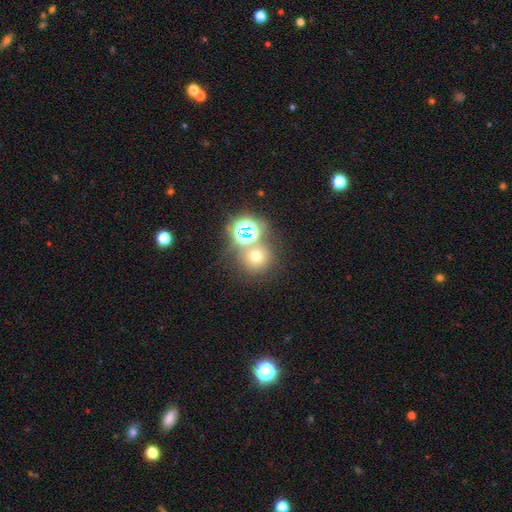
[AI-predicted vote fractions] Smooth or featured? Predicted: smooth (p=0.55). How rounded? Predicted: round (p=0.89). Merging? Predicted: none (p=0.62).